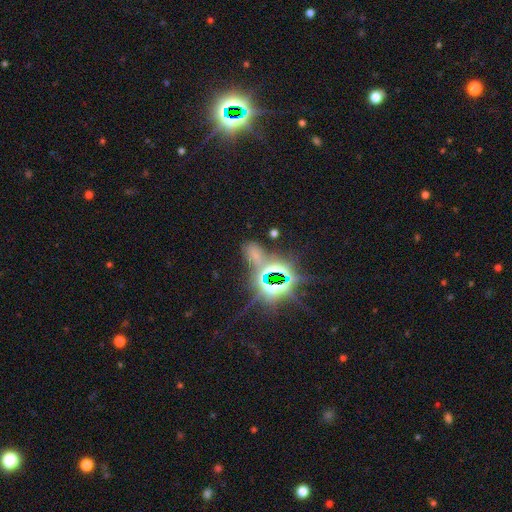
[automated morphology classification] A star or artifact, not a galaxy (65%).

Vote fractions:
- Smooth or featured? star or artifact: 65% / smooth: 25% / featured or disk: 10%